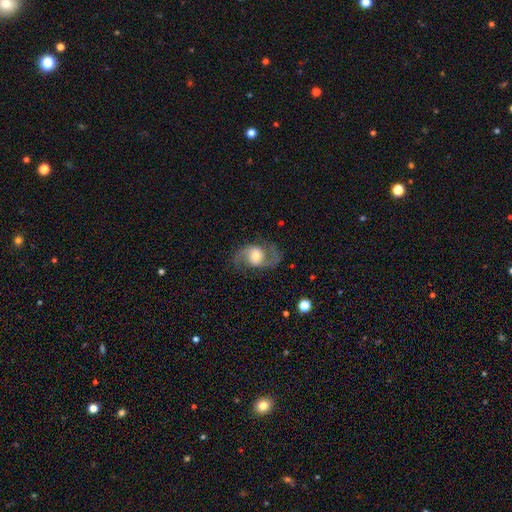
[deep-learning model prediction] This appears to be a featured or disk galaxy (84%) with no bar (52%), 2 (93%) medium (52%) spiral arms (95%) and a moderate central bulge (57%). Merging: none (78%).